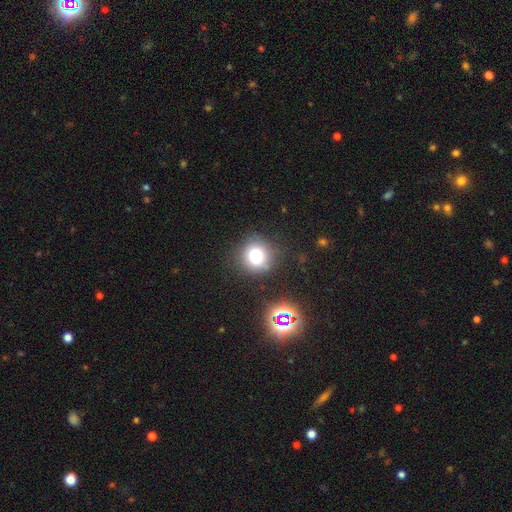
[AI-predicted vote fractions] Overall: smooth (74%). How rounded: round (89%). Merging: none (82%).